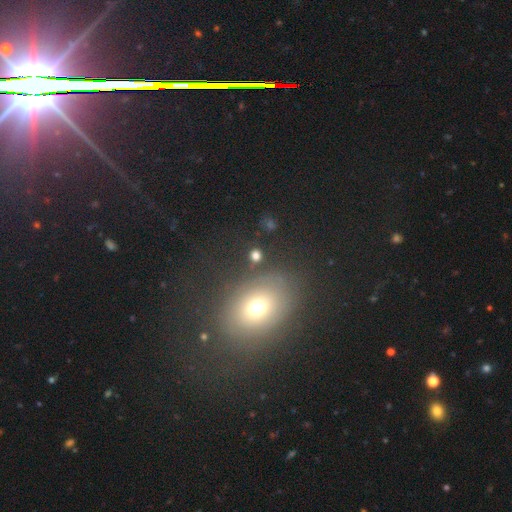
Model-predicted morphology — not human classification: A smooth galaxy with no disk features (73%) that is round (79%). Merging: none (80%).